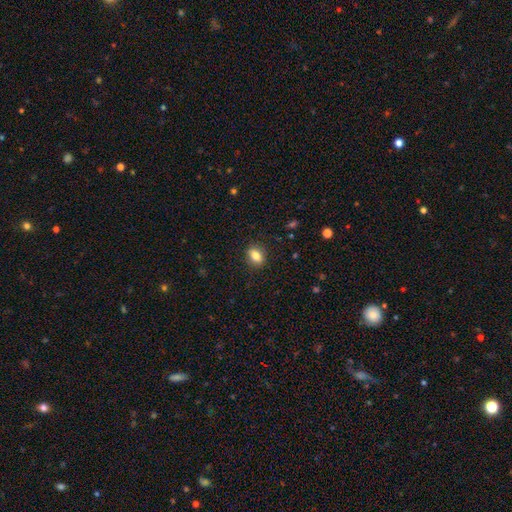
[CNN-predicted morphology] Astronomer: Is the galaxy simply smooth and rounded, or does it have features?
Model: smooth — 83%.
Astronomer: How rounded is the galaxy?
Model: in between — 66%.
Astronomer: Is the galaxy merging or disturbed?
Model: none — 87%.